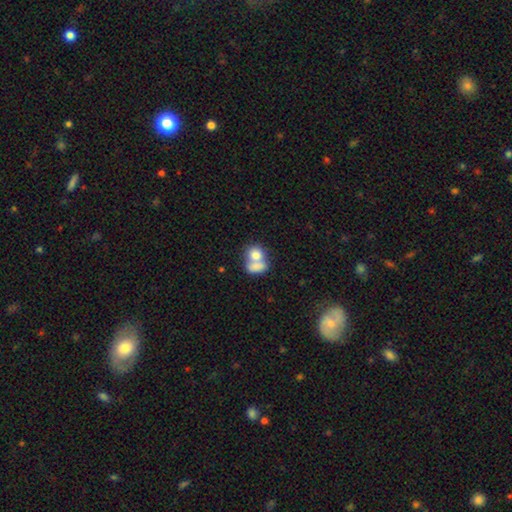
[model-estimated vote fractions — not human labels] smooth_or_featured: smooth (p=0.78) [alt: featured or disk p=0.14]
how_rounded: in between (p=0.50) [alt: round p=0.48]
merging: merger (p=0.63) [alt: none p=0.25]